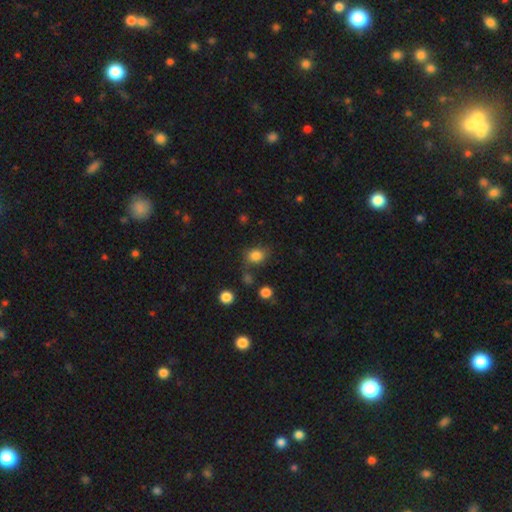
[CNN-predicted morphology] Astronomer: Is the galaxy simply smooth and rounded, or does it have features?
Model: smooth — 82%.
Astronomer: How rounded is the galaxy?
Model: in between — 50% (runner-up: round, 49%).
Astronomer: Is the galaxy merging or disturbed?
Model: none — 70%.